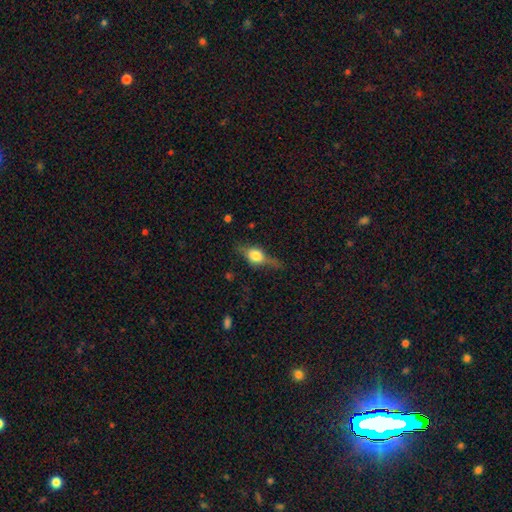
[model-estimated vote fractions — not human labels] Smooth or featured: featured or disk — 48% (smooth — 43%)
Merging: none — 63% (minor disturbance — 24%)